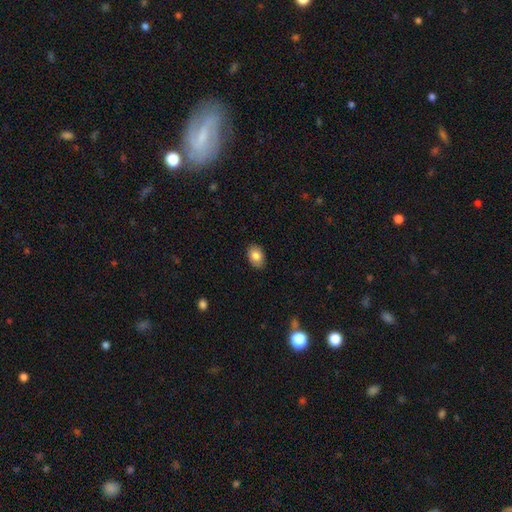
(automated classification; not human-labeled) This is clearly a smooth galaxy (84%). How rounded: clearly in between (82%). Merging: clearly none (87%).